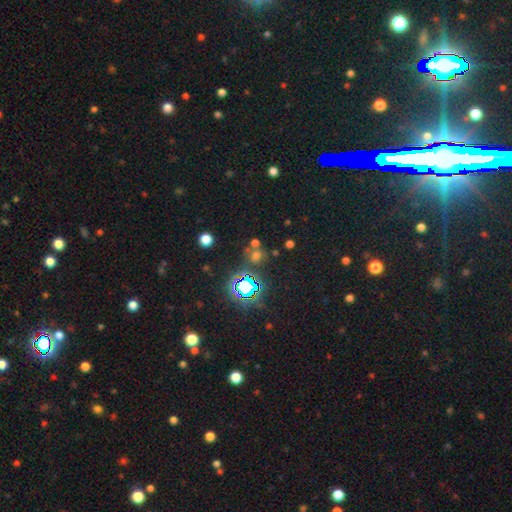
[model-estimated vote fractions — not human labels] Smooth or featured? star or artifact (51%)